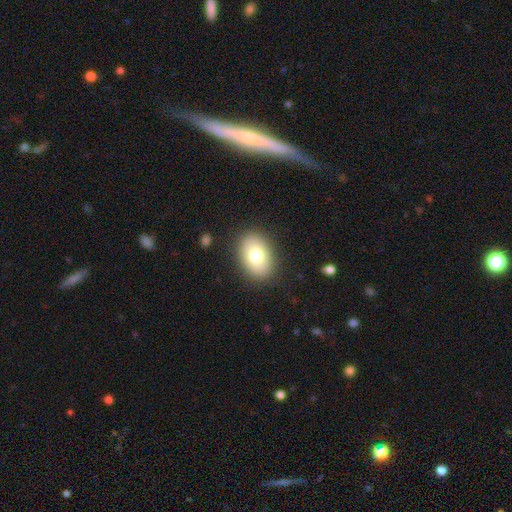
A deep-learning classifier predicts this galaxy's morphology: Q: Smooth or featured?
A: smooth (76%); runner-up: featured or disk (15%)
Q: How rounded?
A: in between (80%); runner-up: round (19%)
Q: Merging?
A: none (87%); runner-up: minor disturbance (9%)